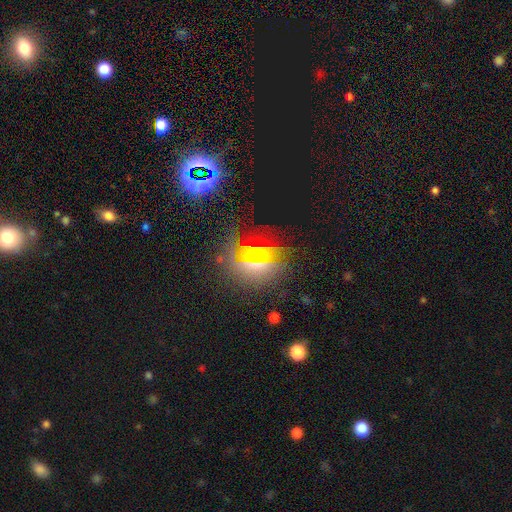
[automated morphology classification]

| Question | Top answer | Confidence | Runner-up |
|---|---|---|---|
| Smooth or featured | star or artifact | 35% | featured or disk (34%) |